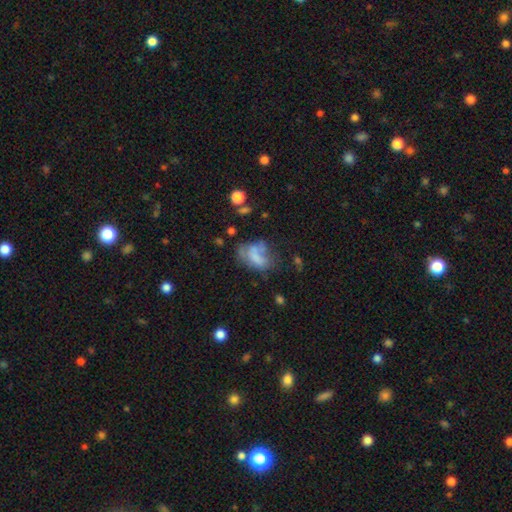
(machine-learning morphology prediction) smooth 52%, featured or disk 35%, star or artifact 12%. Down the decision tree: how rounded — in between (82%); merging — major disturbance (33%).